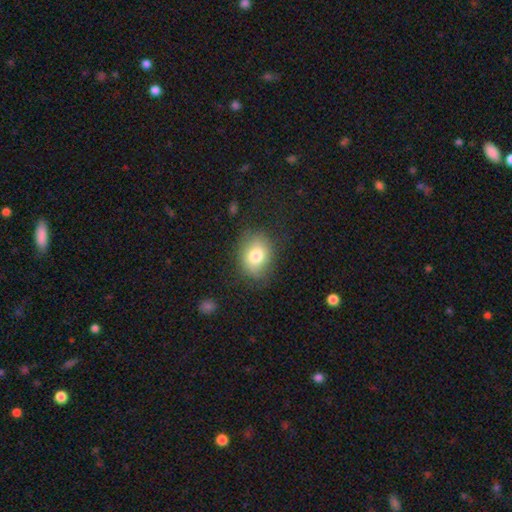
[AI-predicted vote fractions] Smooth or featured?
  - smooth: 78% *
  - featured or disk: 13%
  - star or artifact: 9%
How rounded?
  - in between: 59% *
  - round: 40%
  - cigar-shaped: 1%
Merging?
  - none: 76% *
  - minor disturbance: 16%
  - major disturbance: 6%
  - merger: 1%